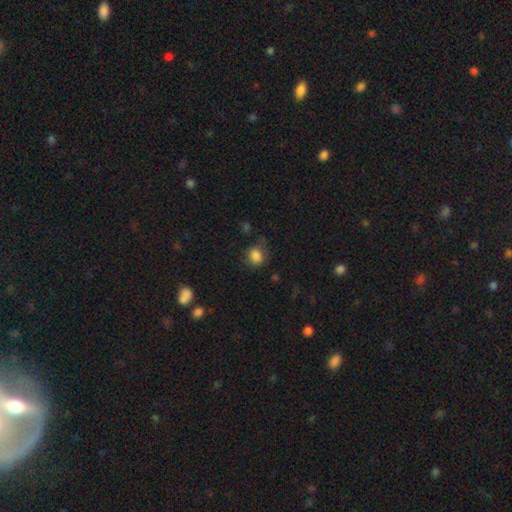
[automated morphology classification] Smooth or featured? smooth (84%)
How rounded? round (63%)
Merging? none (64%)